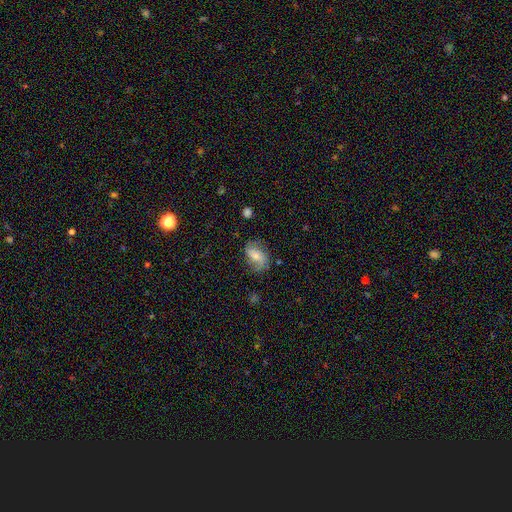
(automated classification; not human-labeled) This is likely a featured or disk galaxy (62%). It is clearly not viewed edge-on (96%). Bar: marginally no (42%). Spiral arm pattern: clearly yes (89%). Spiral arm count: clearly 2 (81%). Spiral winding: marginally medium (39%, tied with loose). Central bulge: possibly moderate (48%). Merging: likely none (71%).